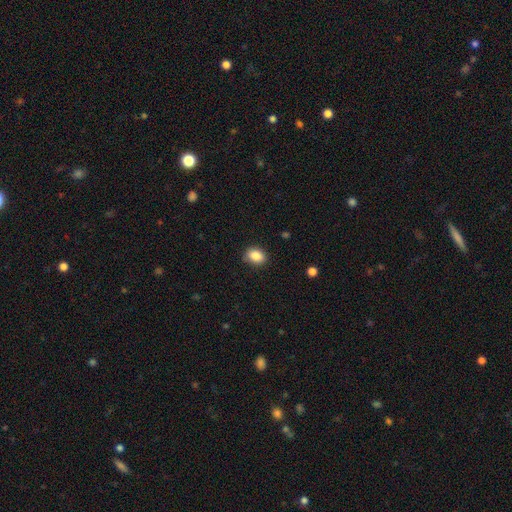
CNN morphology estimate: Smooth or featured? Predicted: smooth (p=0.87). How rounded? Predicted: in between (p=0.73). Merging? Predicted: none (p=0.84).